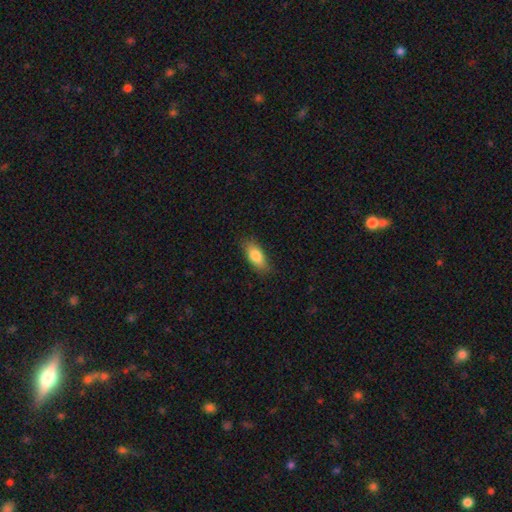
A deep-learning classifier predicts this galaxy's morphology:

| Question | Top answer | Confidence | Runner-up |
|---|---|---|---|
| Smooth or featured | smooth | 83% | featured or disk (11%) |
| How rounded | in between | 83% | cigar-shaped (15%) |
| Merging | none | 83% | minor disturbance (13%) |